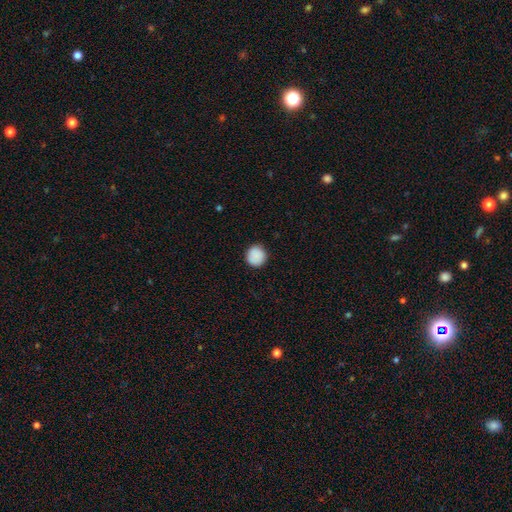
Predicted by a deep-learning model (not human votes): A smooth galaxy with no disk features (89%) that is round (91%). Merging: none (89%).